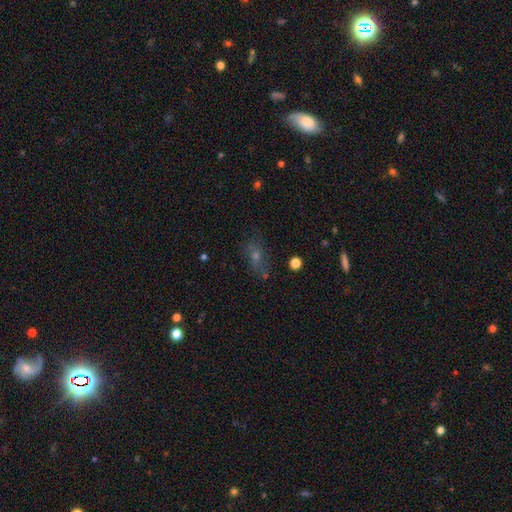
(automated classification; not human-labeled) Smooth or featured? smooth (39%)
Merging? none (70%)